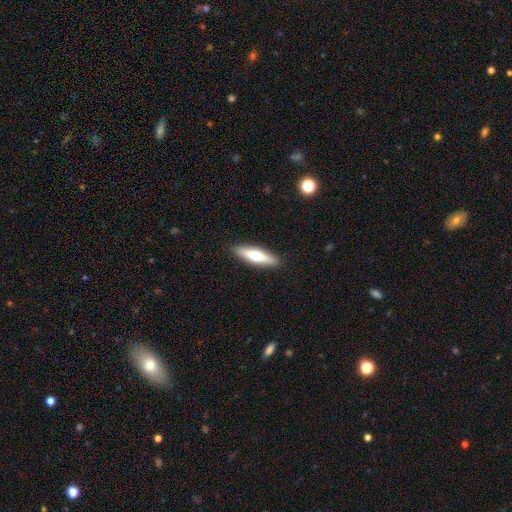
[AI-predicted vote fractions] smooth-or-featured: smooth: 56% | featured or disk: 39% | star or artifact: 6%
  how-rounded: cigar-shaped: 71% | in between: 27% | round: 2%
  merging: none: 90% | minor disturbance: 7% | major disturbance: 2% | merger: 1%